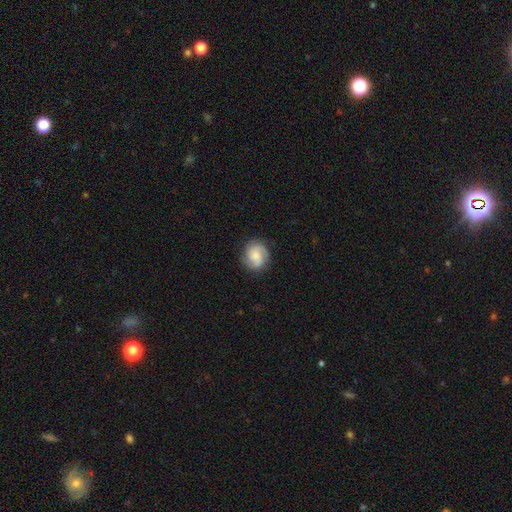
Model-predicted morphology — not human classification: The model was most divided on "spiral winding": medium: 44%, tight: 40%, loose: 16%. Remaining: edge-on disk — no (98%); spiral arms — yes (94%); merging — none (82%); bar — no (65%); smooth or featured — featured or disk (58%); spiral arm count — 2 (44%); bulge size — small (41%).